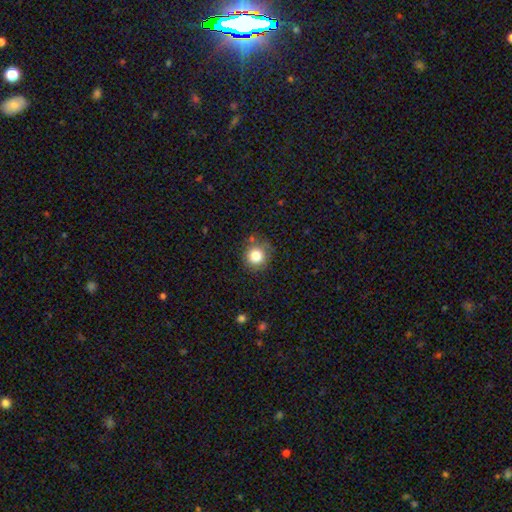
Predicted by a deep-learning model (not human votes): smooth 83%, star or artifact 10%, featured or disk 7%. Down the decision tree: how rounded — round (92%); merging — none (75%).